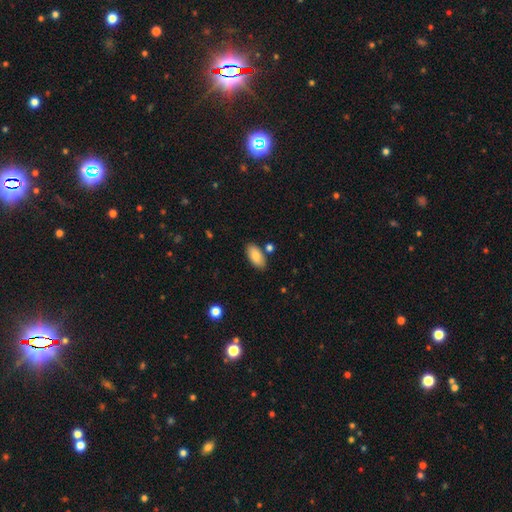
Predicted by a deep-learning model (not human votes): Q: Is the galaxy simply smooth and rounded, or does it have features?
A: smooth — 83%.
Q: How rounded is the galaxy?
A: in between — 92%.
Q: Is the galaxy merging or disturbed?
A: none — 81%.